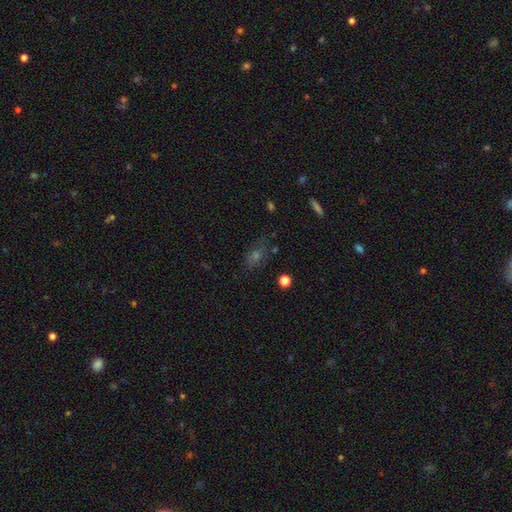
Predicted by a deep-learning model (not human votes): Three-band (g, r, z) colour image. It shows a smooth galaxy with no disk features (47%). Merging: none (69%).